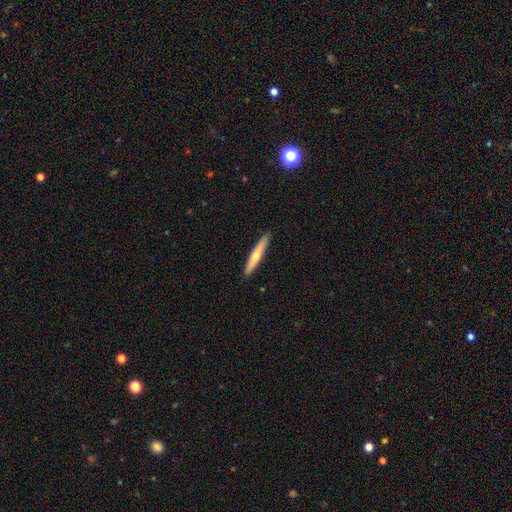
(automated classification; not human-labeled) Overall: featured or disk (47%, tied with smooth). Merging: none (91%).